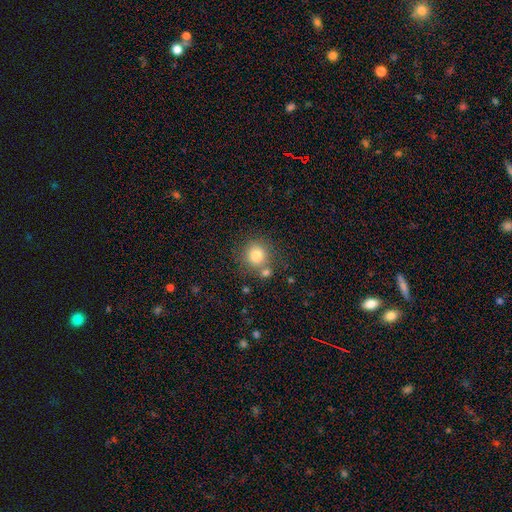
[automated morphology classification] smooth 80%, star or artifact 11%, featured or disk 8%. Down the decision tree: how rounded — round (89%); merging — none (70%).